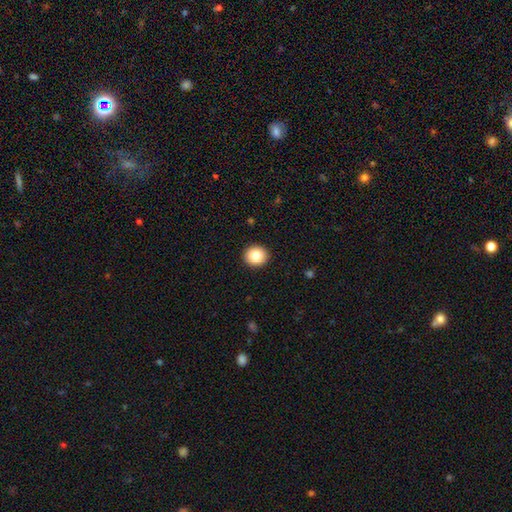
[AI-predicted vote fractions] smooth-or-featured: smooth: 83% | star or artifact: 9% | featured or disk: 9%
  how-rounded: round: 82% | in between: 17% | cigar-shaped: 1%
  merging: none: 91% | minor disturbance: 6% | major disturbance: 2% | merger: 1%